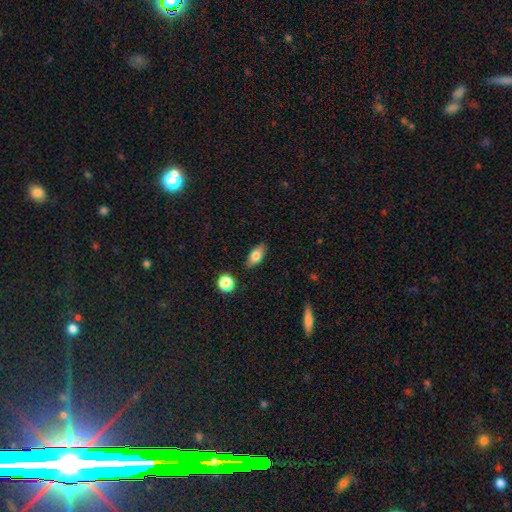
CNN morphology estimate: Smooth or featured?
  - smooth: 77% *
  - featured or disk: 15%
  - star or artifact: 8%
How rounded?
  - in between: 85% *
  - cigar-shaped: 9%
  - round: 6%
Merging?
  - none: 85% *
  - minor disturbance: 11%
  - major disturbance: 2%
  - merger: 2%